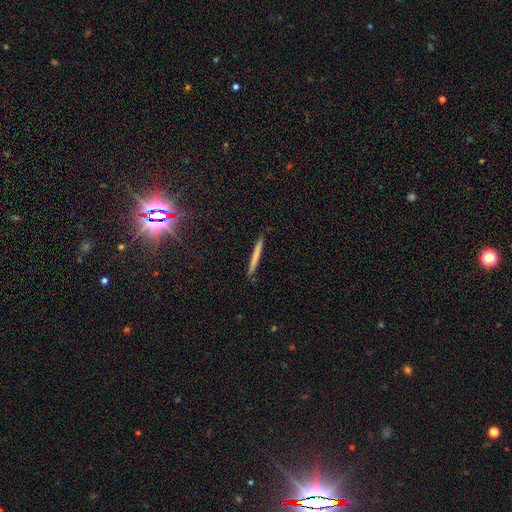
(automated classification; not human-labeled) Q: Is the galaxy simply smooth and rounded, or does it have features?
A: smooth — 67%.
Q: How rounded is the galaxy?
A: cigar-shaped — 97%.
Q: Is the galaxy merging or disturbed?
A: none — 89%.